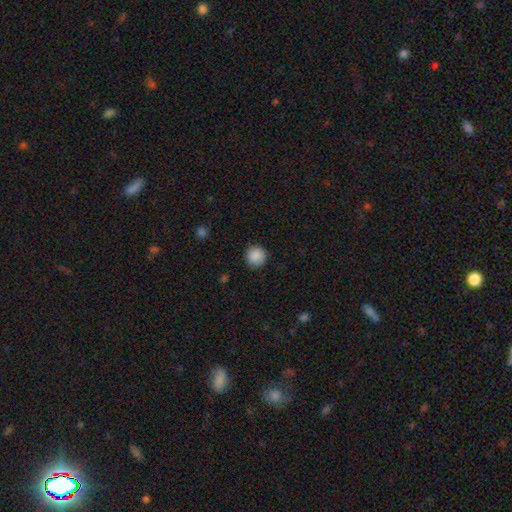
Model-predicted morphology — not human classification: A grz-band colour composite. It shows a smooth galaxy with no disk features (89%) that is round (95%). Merging: none (91%).